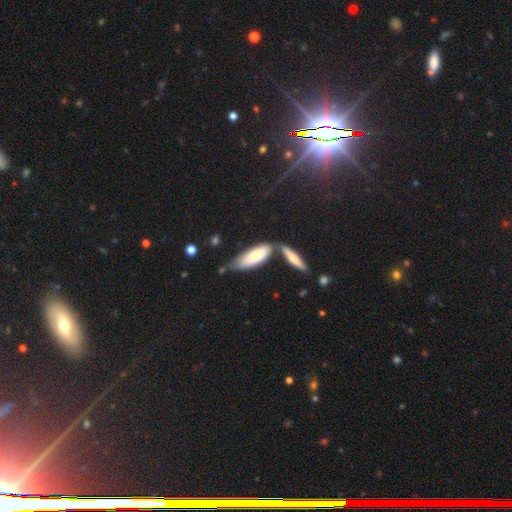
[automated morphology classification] type=smooth (77%); roundness=in between (60%); merging=none (46%).